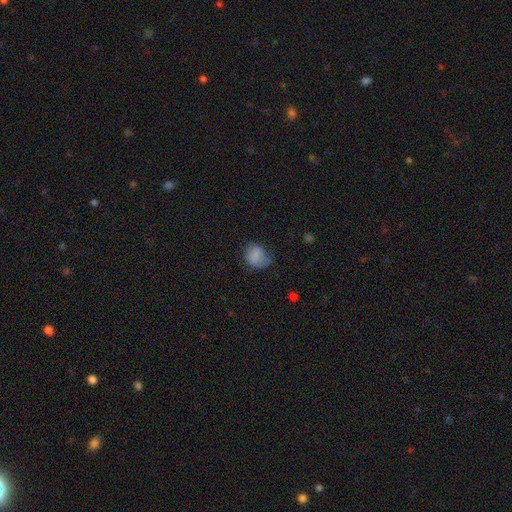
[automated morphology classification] Smooth or featured? Predicted: smooth (p=0.80). How rounded? Predicted: round (p=0.53). Merging? Predicted: none (p=0.47).